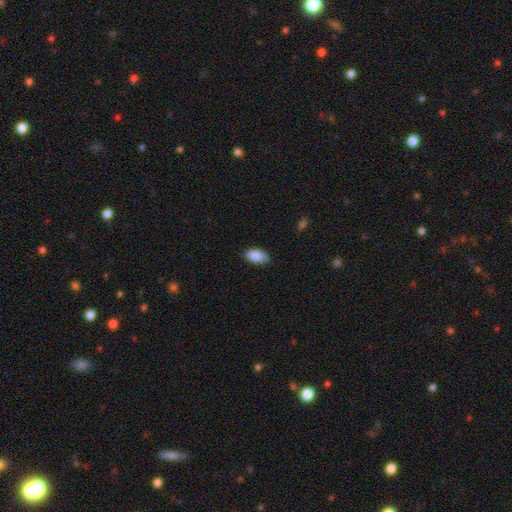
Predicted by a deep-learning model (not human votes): Morphology: type=smooth (88%); roundness=in between (93%); merging=none (74%).